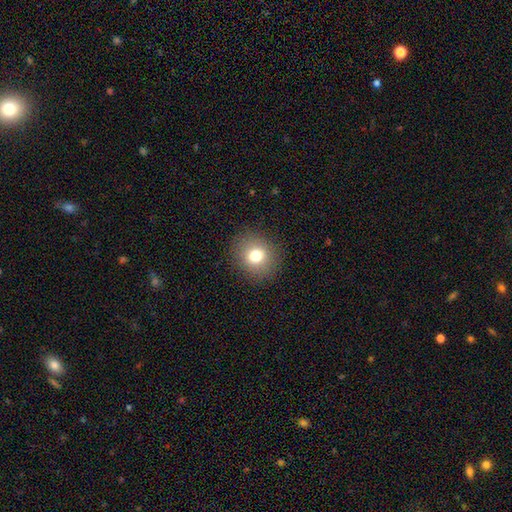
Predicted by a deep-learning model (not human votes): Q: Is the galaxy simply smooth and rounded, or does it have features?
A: smooth — 77%.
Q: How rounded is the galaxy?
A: round — 79%.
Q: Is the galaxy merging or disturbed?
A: none — 89%.